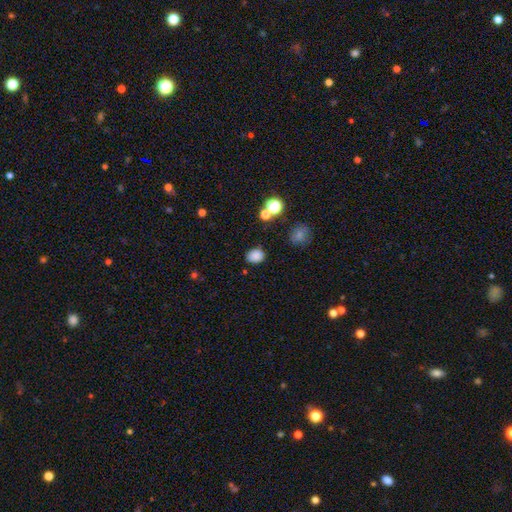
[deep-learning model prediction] This is clearly a smooth galaxy (82%). How rounded: possibly in between (51%). Merging: clearly none (81%).